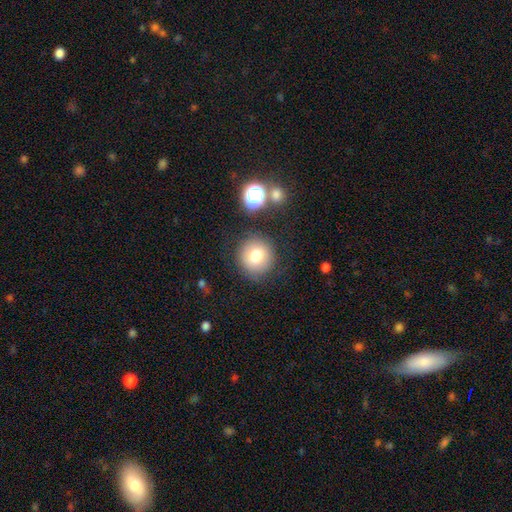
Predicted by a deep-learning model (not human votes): The model was most divided on "smooth or featured": smooth: 75%, star or artifact: 12%, featured or disk: 12%. More confident: how rounded — round (93%); merging — none (84%).